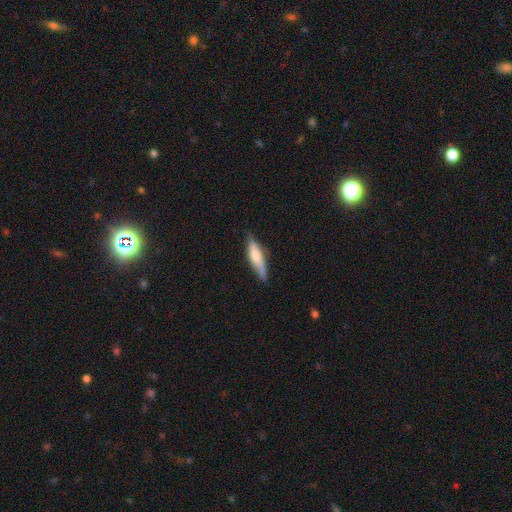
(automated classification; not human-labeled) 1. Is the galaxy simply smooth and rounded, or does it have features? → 61% smooth, 33% featured or disk, 6% star or artifact.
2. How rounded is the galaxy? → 71% cigar-shaped, 28% in between, 2% round.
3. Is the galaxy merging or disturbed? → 67% none, 26% minor disturbance, 5% major disturbance, 2% merger.